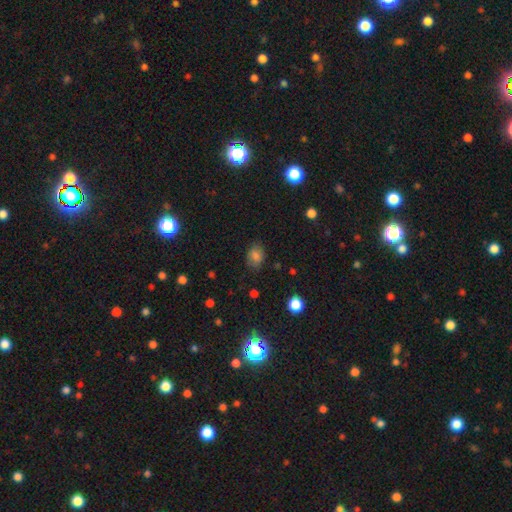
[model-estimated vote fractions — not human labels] A smooth galaxy with no disk features (79%) that is in between round and cigar-shaped (68%).

Vote fractions:
- Smooth or featured? smooth: 79% / star or artifact: 13% / featured or disk: 8%
- How rounded? in between: 68% / round: 31% / cigar-shaped: 1%
- Merging? none: 75% / minor disturbance: 18% / major disturbance: 5% / merger: 2%